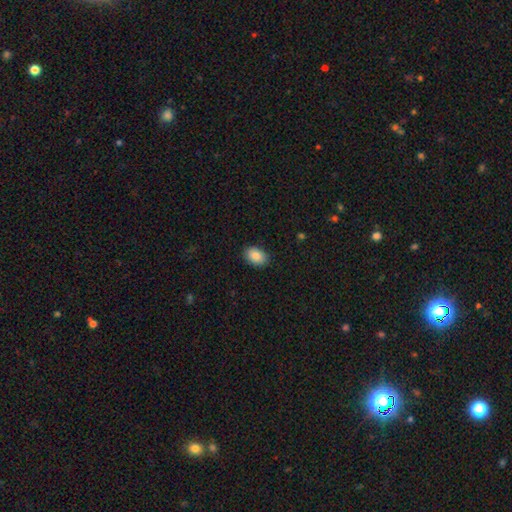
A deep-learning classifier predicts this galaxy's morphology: Smooth or featured?
  - smooth: 88% *
  - star or artifact: 8%
  - featured or disk: 5%
How rounded?
  - in between: 84% *
  - round: 15%
  - cigar-shaped: 1%
Merging?
  - none: 88% *
  - minor disturbance: 9%
  - major disturbance: 2%
  - merger: 1%